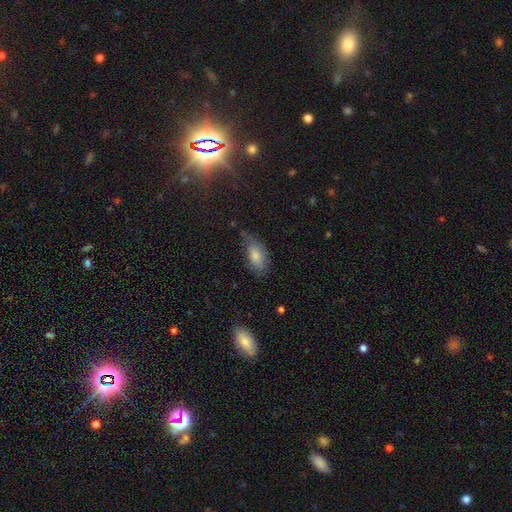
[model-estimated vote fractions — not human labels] This is likely a smooth galaxy (78%). How rounded: clearly in between (90%). Merging: possibly none (52%).